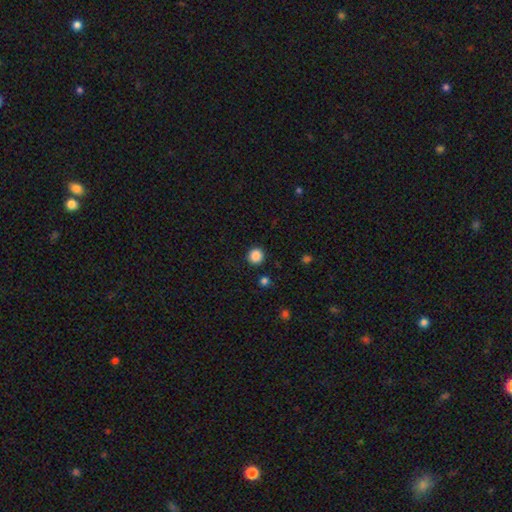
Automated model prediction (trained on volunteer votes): A smooth galaxy with no disk features (87%) that is round (94%). Merging: none (91%).